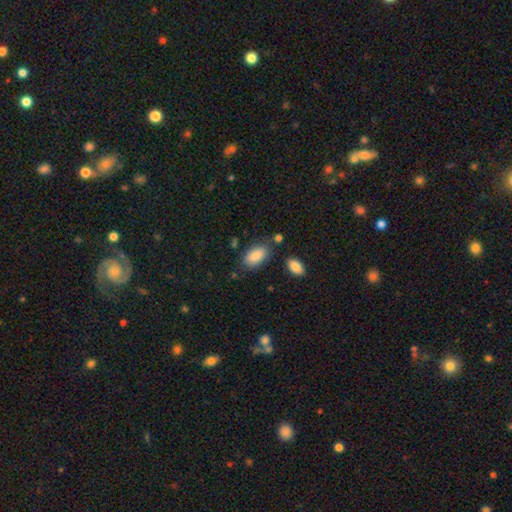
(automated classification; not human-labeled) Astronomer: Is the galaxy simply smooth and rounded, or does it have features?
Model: smooth — 88%.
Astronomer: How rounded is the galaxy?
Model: in between — 94%.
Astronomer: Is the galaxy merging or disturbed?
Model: none — 71%.